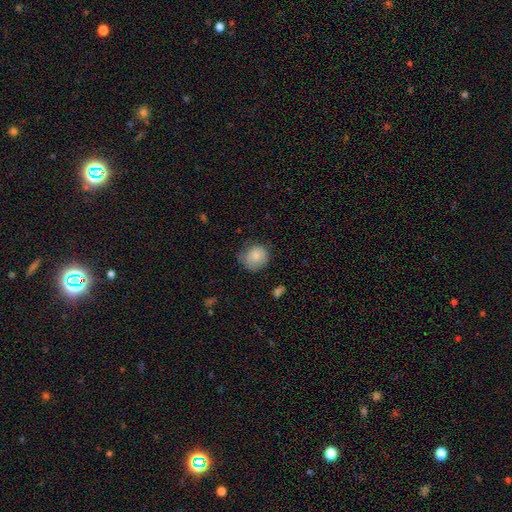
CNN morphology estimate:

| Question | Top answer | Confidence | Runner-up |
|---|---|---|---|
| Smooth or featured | smooth | 83% | featured or disk (10%) |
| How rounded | round | 80% | in between (19%) |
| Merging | none | 62% | minor disturbance (28%) |